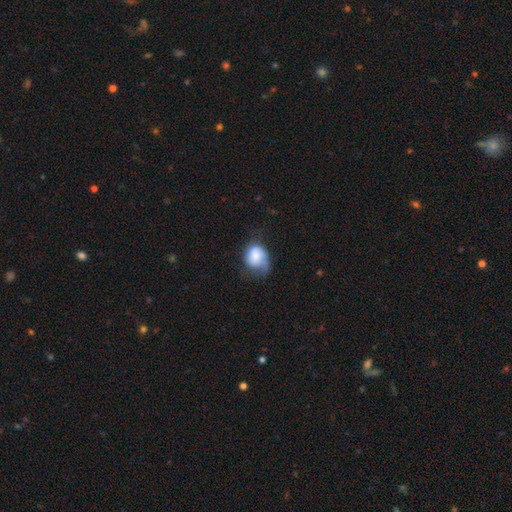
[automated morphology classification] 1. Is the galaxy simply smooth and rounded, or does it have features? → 72% smooth, 20% featured or disk, 8% star or artifact.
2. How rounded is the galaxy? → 51% in between, 48% round, 1% cigar-shaped.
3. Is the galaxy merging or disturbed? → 38% minor disturbance, 33% none, 27% major disturbance, 2% merger.